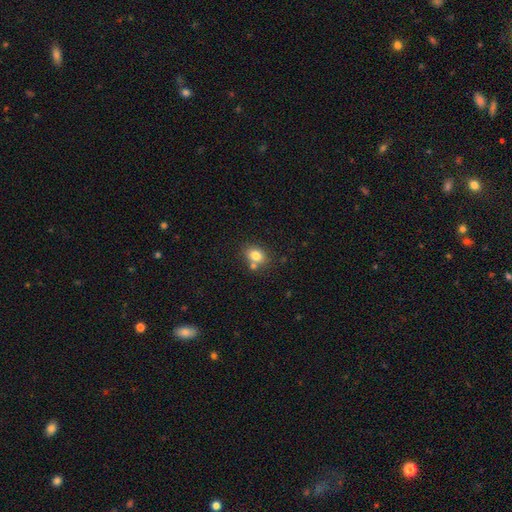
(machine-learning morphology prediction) This is clearly a smooth galaxy (80%). How rounded: possibly in between (55%). Merging: likely none (62%).